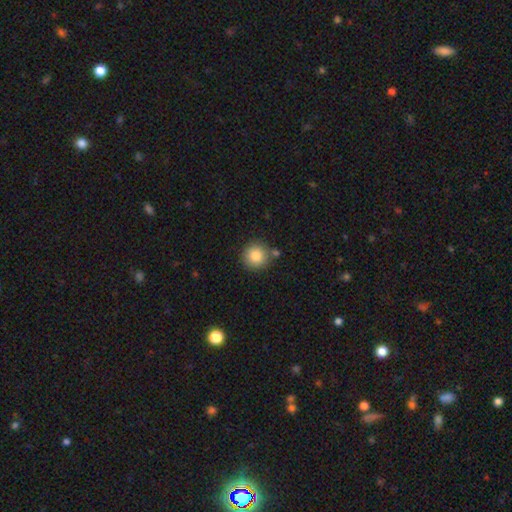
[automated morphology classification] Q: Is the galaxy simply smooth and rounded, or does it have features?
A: smooth — 85%.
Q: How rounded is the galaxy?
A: round — 94%.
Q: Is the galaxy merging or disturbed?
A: none — 77%.